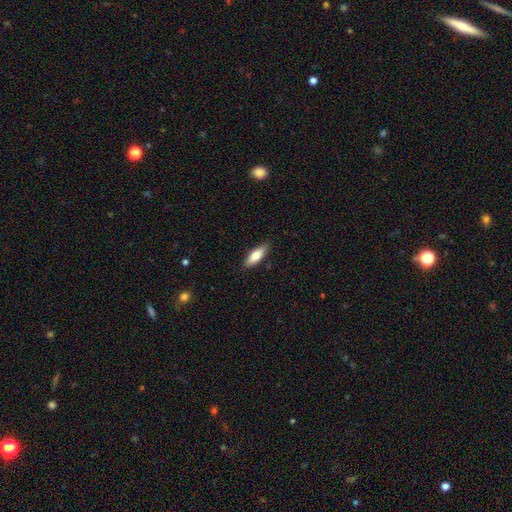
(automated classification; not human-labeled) This appears to be a smooth galaxy with no disk features (74%) that is in between round and cigar-shaped (59%). Merging: none (87%).